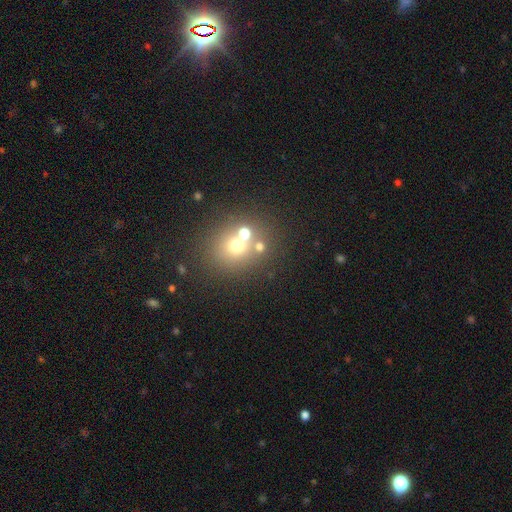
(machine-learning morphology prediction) type=smooth (53%); roundness=round (77%); merging=none (53%).